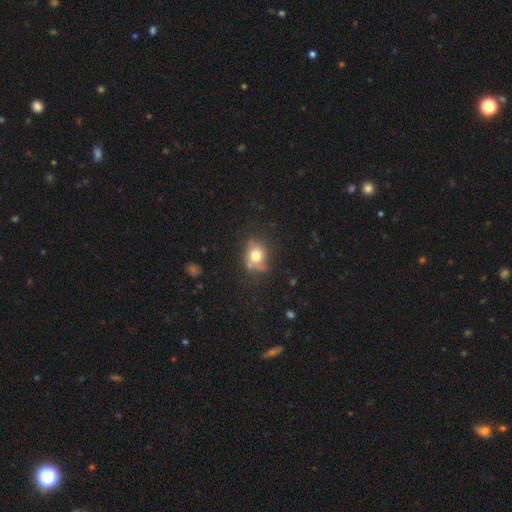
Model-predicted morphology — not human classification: smooth_or_featured: smooth (p=0.73) [alt: featured or disk p=0.15]
how_rounded: round (p=0.63) [alt: in between p=0.36]
merging: none (p=0.60) [alt: minor disturbance p=0.23]